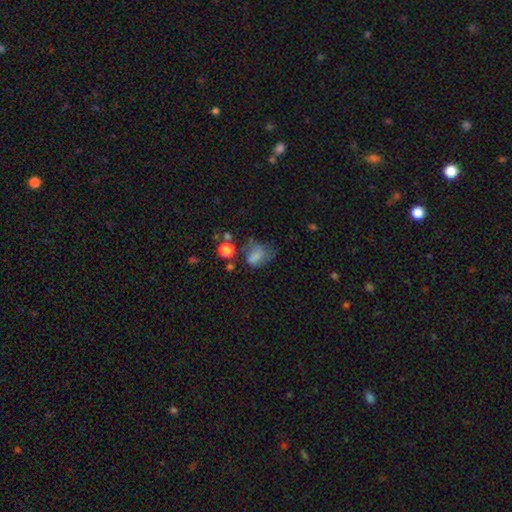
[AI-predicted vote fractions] Overall: smooth (68%). How rounded: in between (63%; round 36%). Merging: none (32%; major disturbance 31%).